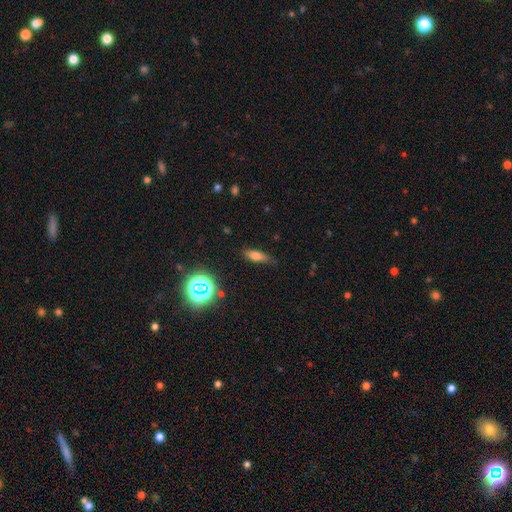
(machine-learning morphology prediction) The model was most divided on "how rounded": in between: 57%, cigar-shaped: 37%, round: 6%. More confident: merging — none (74%); smooth or featured — smooth (67%).